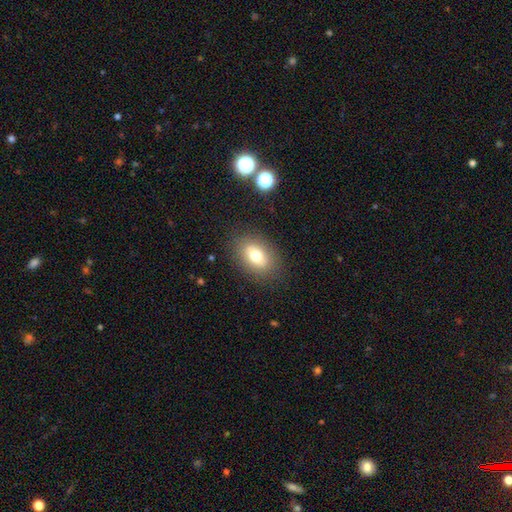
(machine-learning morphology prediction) Smooth or featured? Predicted: smooth (p=0.72). How rounded? Predicted: in between (p=0.82). Merging? Predicted: none (p=0.84).